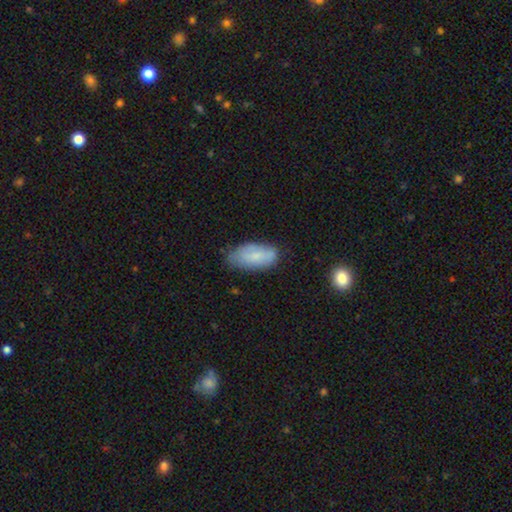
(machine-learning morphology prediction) A smooth galaxy with no disk features (76%) that is in between round and cigar-shaped (91%). Merging: none (62%).